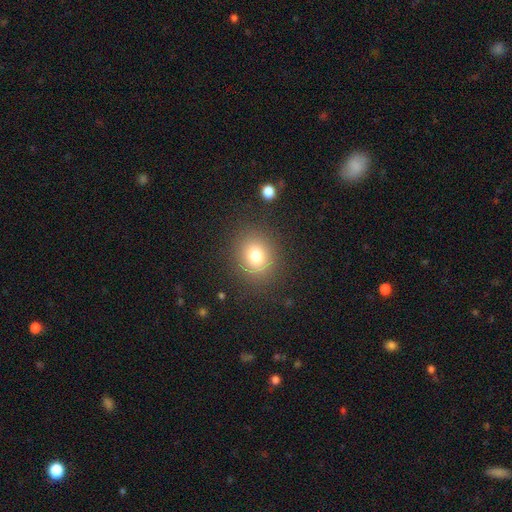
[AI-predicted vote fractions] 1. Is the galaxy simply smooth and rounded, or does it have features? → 76% smooth, 14% star or artifact, 10% featured or disk.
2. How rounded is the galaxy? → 68% round, 31% in between, 1% cigar-shaped.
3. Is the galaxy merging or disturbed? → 86% none, 8% minor disturbance, 4% major disturbance, 2% merger.